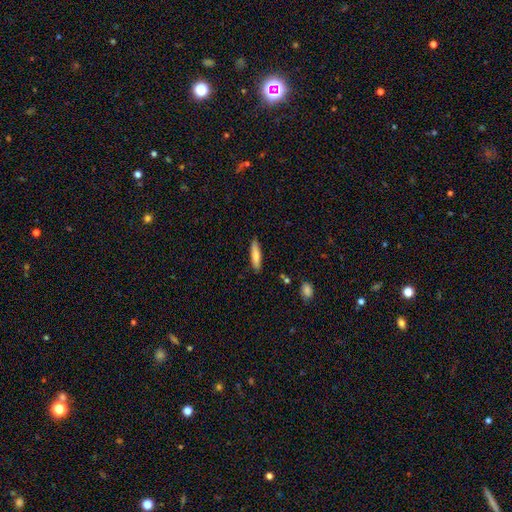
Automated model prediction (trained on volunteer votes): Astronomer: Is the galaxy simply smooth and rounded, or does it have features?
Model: smooth — 75%.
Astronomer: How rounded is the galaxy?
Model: cigar-shaped — 76%.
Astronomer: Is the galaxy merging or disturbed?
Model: none — 88%.